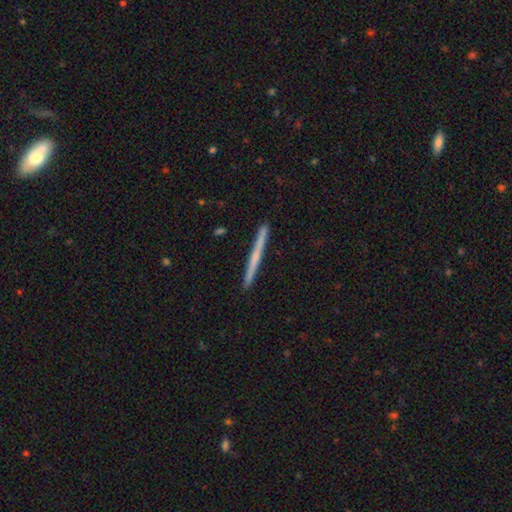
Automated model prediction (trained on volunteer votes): A featured or disk galaxy (48%).

Vote fractions:
- Smooth or featured? featured or disk: 48% / smooth: 46% / star or artifact: 6%
- Merging? none: 92% / minor disturbance: 5% / merger: 1% / major disturbance: 1%